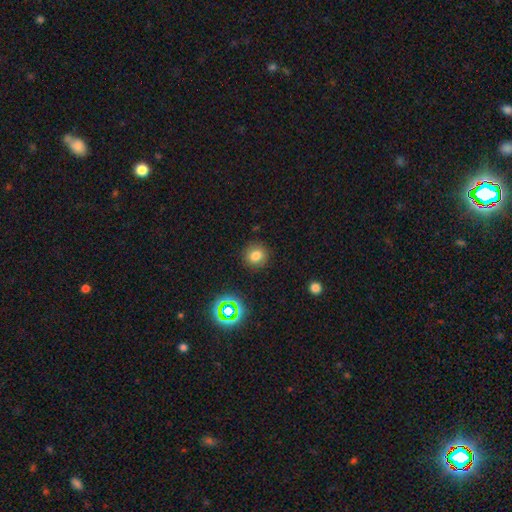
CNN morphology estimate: This is likely a smooth galaxy (77%). How rounded: clearly round (88%). Merging: clearly none (89%).